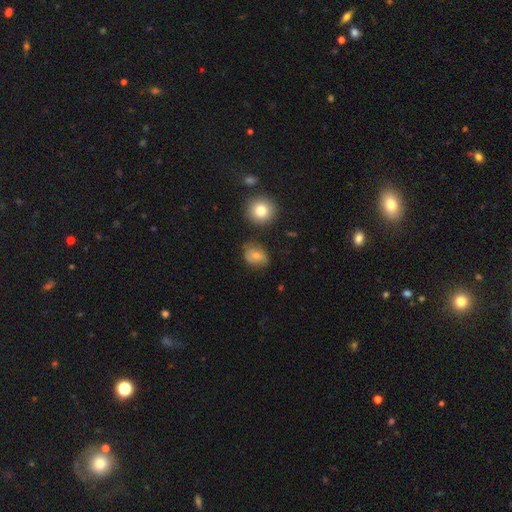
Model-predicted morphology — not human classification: Q: Smooth or featured?
A: smooth (62%); runner-up: featured or disk (27%)
Q: How rounded?
A: in between (53%); runner-up: round (46%)
Q: Merging?
A: none (58%); runner-up: minor disturbance (29%)